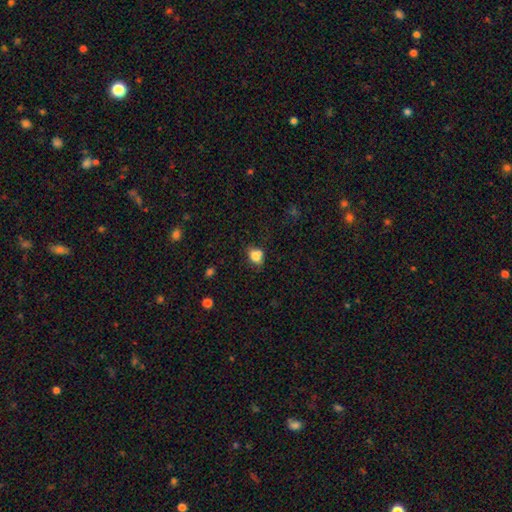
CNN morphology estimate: type=smooth (78%); roundness=in between (57%); merging=none (50%).